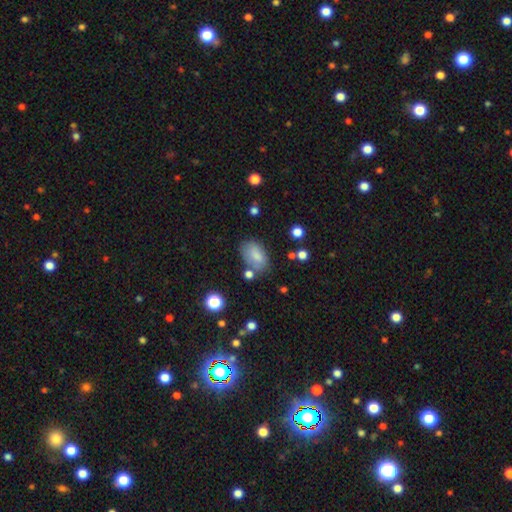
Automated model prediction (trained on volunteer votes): A smooth galaxy with no disk features (80%) that is in between round and cigar-shaped (90%).

Vote fractions:
- Smooth or featured? smooth: 80% / featured or disk: 11% / star or artifact: 9%
- How rounded? in between: 90% / round: 9% / cigar-shaped: 2%
- Merging? none: 64% / minor disturbance: 21% / merger: 9% / major disturbance: 7%